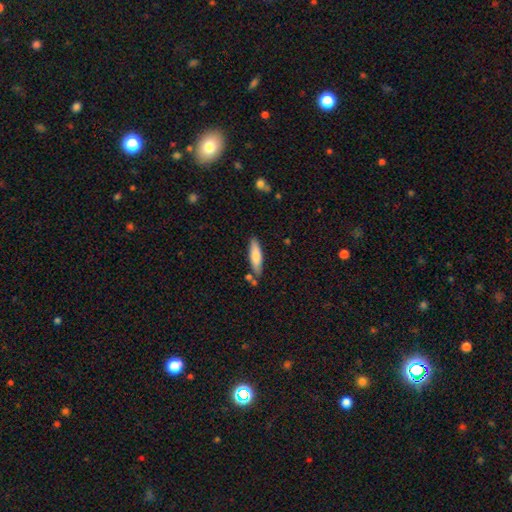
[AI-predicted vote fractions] Smooth or featured: smooth — 74% (featured or disk — 20%)
How rounded: cigar-shaped — 67% (in between — 31%)
Merging: none — 77% (minor disturbance — 14%)